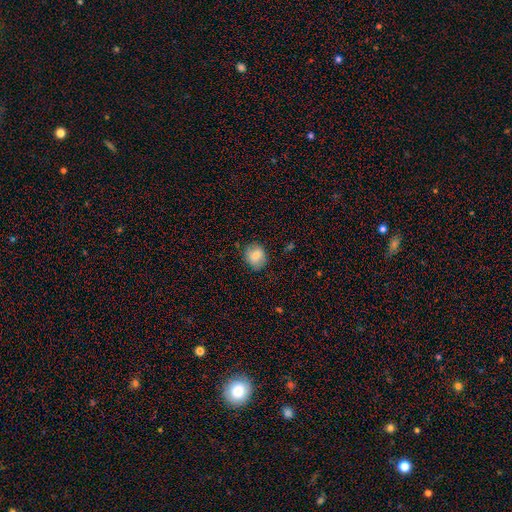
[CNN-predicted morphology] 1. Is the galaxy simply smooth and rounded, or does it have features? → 80% smooth, 12% featured or disk, 8% star or artifact.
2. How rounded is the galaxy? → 69% round, 30% in between, 1% cigar-shaped.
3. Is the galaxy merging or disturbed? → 79% none, 16% minor disturbance, 4% major disturbance, 1% merger.